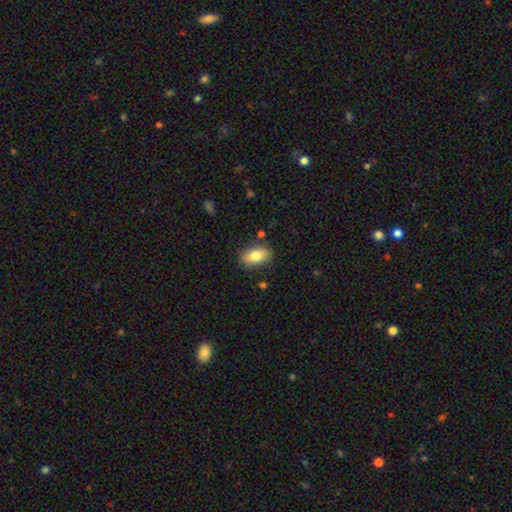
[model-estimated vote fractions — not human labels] Morphology: type=smooth (77%); roundness=in between (88%); merging=none (84%).